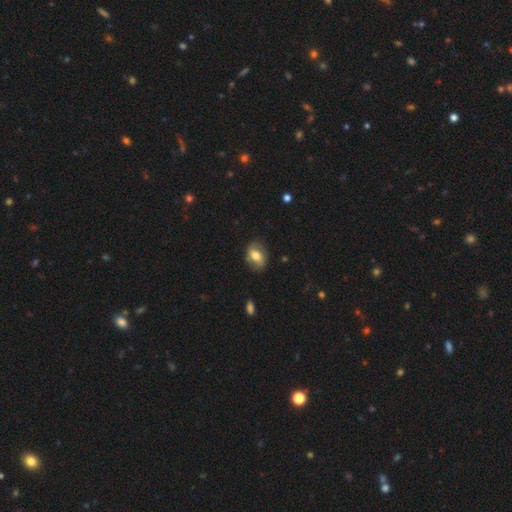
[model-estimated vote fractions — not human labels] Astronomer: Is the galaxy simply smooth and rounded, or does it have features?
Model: smooth — 59%.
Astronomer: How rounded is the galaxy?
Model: in between — 76%.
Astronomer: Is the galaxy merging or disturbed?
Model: none — 74%.